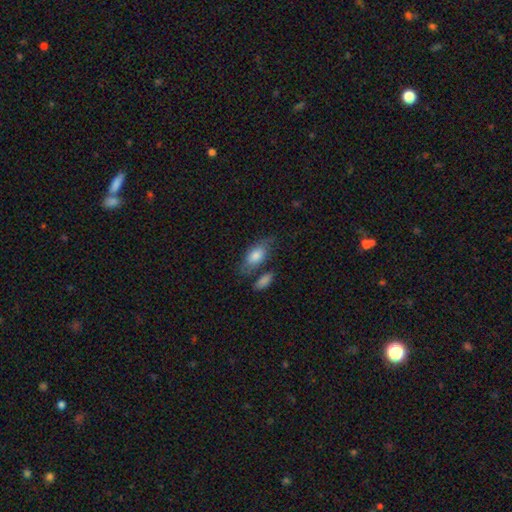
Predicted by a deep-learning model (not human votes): smooth 75%, featured or disk 19%, star or artifact 6%. Down the decision tree: how rounded — in between (87%); merging — none (58%).